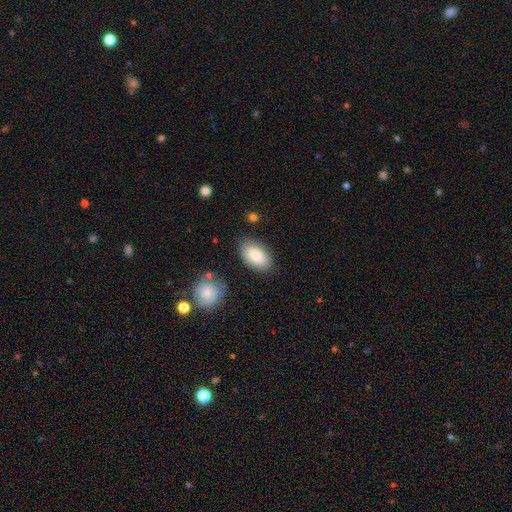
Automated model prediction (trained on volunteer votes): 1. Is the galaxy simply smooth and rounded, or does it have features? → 86% smooth, 8% featured or disk, 6% star or artifact.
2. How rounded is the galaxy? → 94% in between, 5% round, 2% cigar-shaped.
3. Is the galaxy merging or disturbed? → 81% none, 13% minor disturbance, 4% major disturbance, 3% merger.